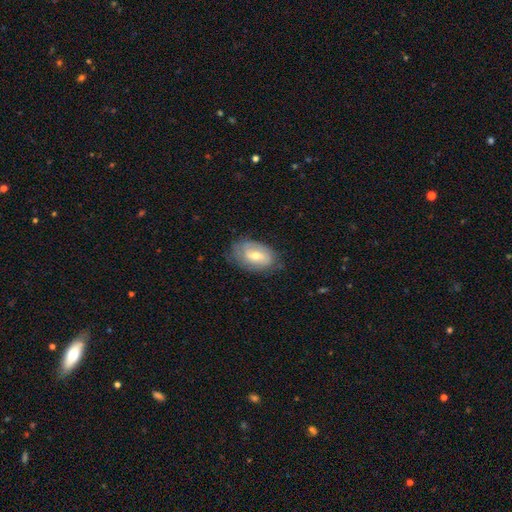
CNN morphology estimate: A smooth galaxy with no disk features (48%). Merging: none (70%).